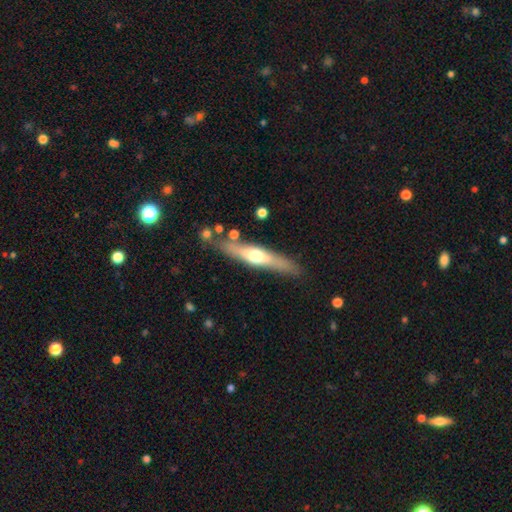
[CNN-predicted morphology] type=featured or disk (57%); edge-on=yes (91%); edge-on bulge=rounded (91%); merging=none (80%).